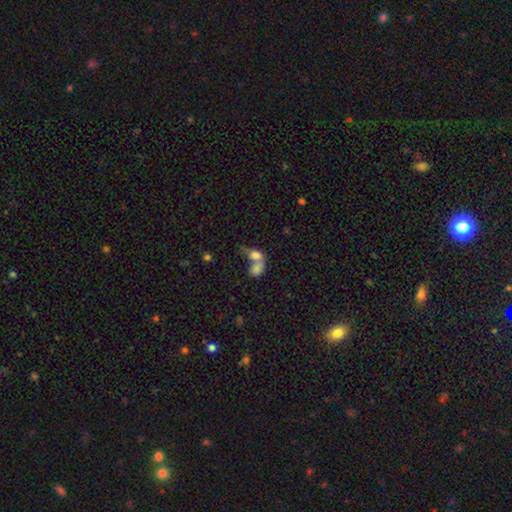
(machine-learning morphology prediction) smooth-or-featured: smooth: 74% | featured or disk: 16% | star or artifact: 9%
  how-rounded: in between: 72% | round: 25% | cigar-shaped: 3%
  merging: merger: 73% | none: 14% | major disturbance: 7% | minor disturbance: 6%